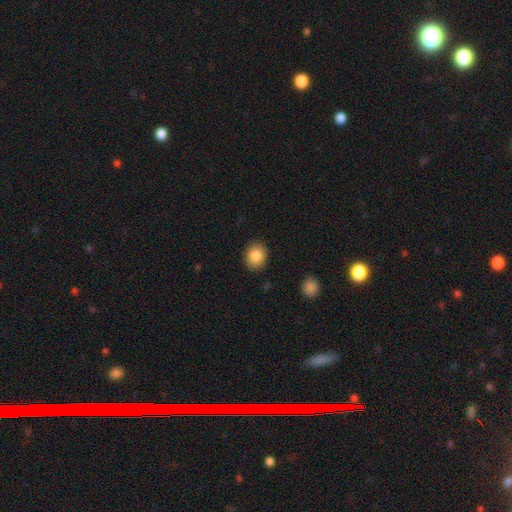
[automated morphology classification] smooth-or-featured: smooth: 86% | star or artifact: 8% | featured or disk: 6%
  how-rounded: round: 59% | in between: 40% | cigar-shaped: 1%
  merging: none: 89% | minor disturbance: 8% | major disturbance: 2% | merger: 1%